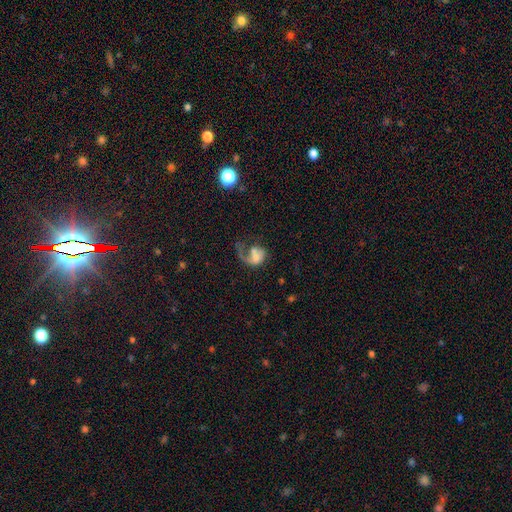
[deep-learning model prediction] smooth-or-featured: featured or disk: 57% | smooth: 33% | star or artifact: 10%
  disk-edge-on: no: 98% | yes: 2%
    bar: no: 68% | weak: 25% | strong: 7%
    has-spiral-arms: yes: 70% | no: 30%
    bulge-size: small: 33% | moderate: 30% | none: 24% | large: 10% | dominant: 4%
  merging: major disturbance: 51% | none: 23% | minor disturbance: 14% | merger: 13%